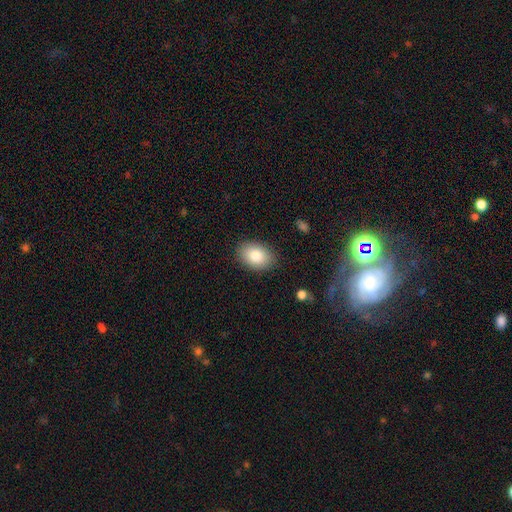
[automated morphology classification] A smooth galaxy with no disk features (83%) that is in between round and cigar-shaped (83%). Merging: none (87%).